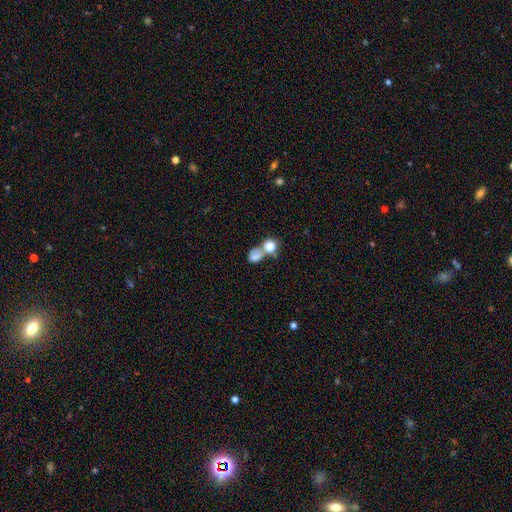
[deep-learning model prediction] A smooth galaxy with no disk features (67%) that is round (53%). Merging: merger (47%).